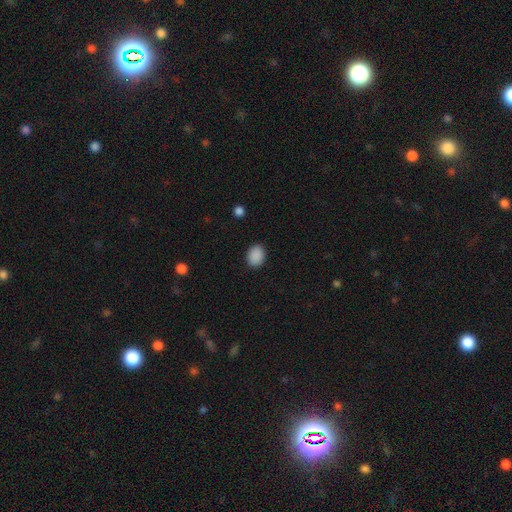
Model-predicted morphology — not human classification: smooth 89%, star or artifact 9%, featured or disk 3%. Down the decision tree: how rounded — in between (60%); merging — none (88%).